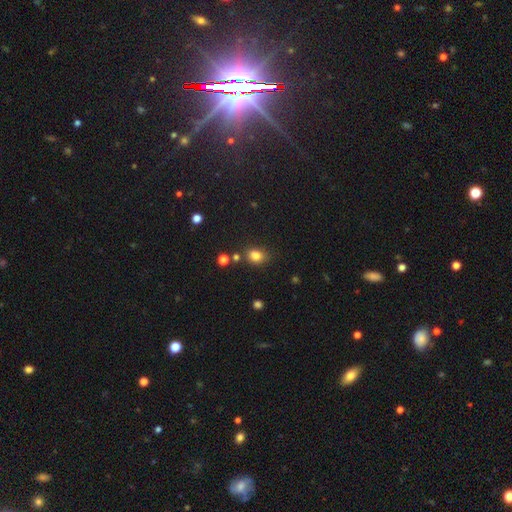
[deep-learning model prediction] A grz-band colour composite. It shows a smooth galaxy with no disk features (81%) that is in between round and cigar-shaped (53%). Merging: none (74%).